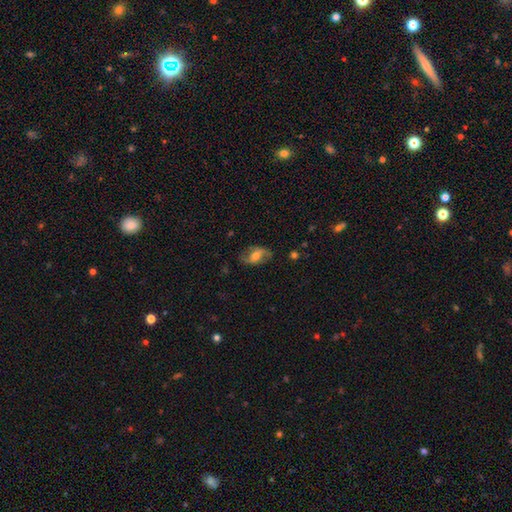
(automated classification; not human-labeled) Smooth or featured: featured or disk — 56% (smooth — 37%)
Edge-on disk: no — 91% (yes — 9%)
Bar: weak — 39% (no — 36%)
Spiral arms: yes — 75% (no — 25%)
Bulge size: moderate — 60% (large — 18%)
Merging: none — 74% (minor disturbance — 18%)